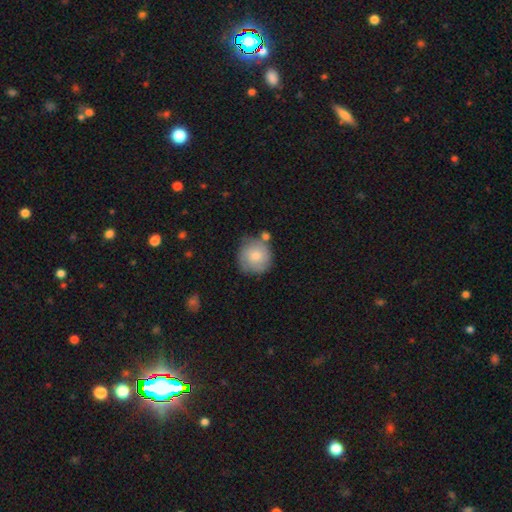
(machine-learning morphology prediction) smooth-or-featured: smooth: 72% | featured or disk: 22% | star or artifact: 7%
  how-rounded: round: 92% | in between: 7% | cigar-shaped: 1%
  merging: none: 68% | minor disturbance: 18% | merger: 9% | major disturbance: 5%